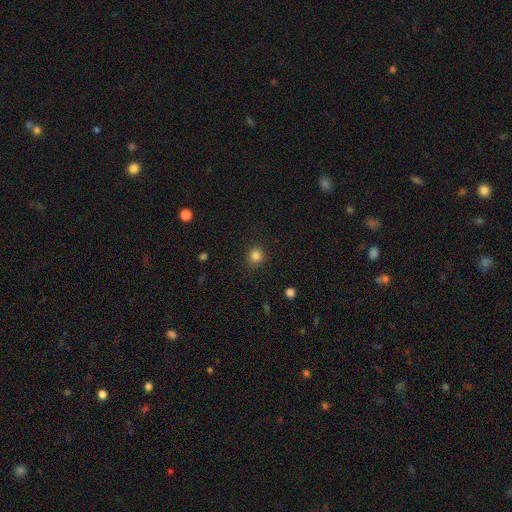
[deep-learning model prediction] Morphology: type=smooth (83%); roundness=round (87%); merging=none (88%).